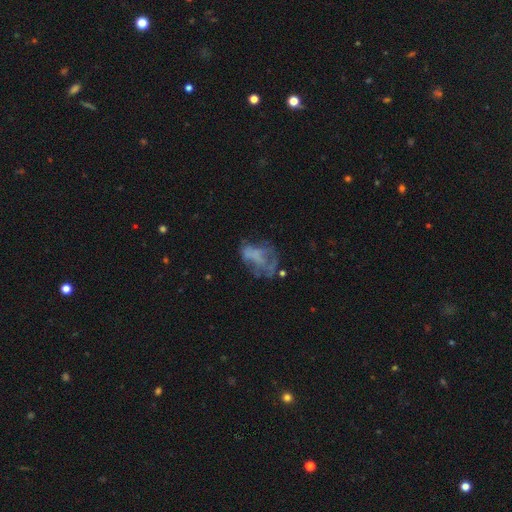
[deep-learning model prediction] Morphology: type=featured or disk (49%); merging=major disturbance (37%).